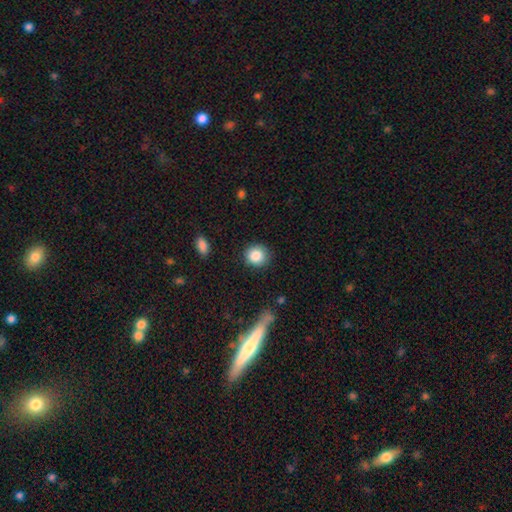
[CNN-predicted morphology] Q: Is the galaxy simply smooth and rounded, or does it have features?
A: smooth — 86%.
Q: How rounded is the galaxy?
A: round — 89%.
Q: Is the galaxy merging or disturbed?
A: none — 87%.